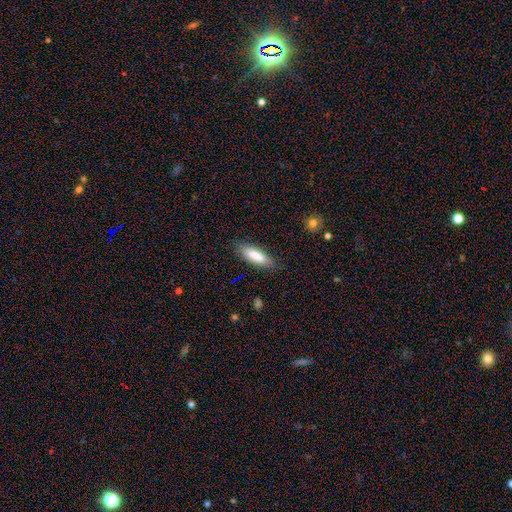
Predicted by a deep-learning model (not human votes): Overall: smooth (83%). How rounded: cigar-shaped (50%; in between 49%). Merging: none (84%).